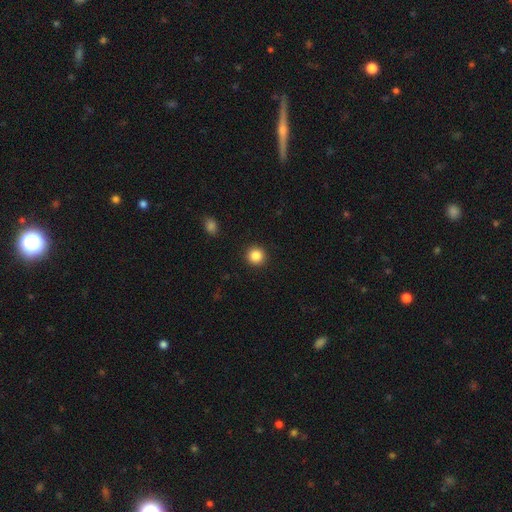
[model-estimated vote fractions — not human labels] This appears to be a smooth galaxy with no disk features (86%) that is round (94%). Merging: none (92%).